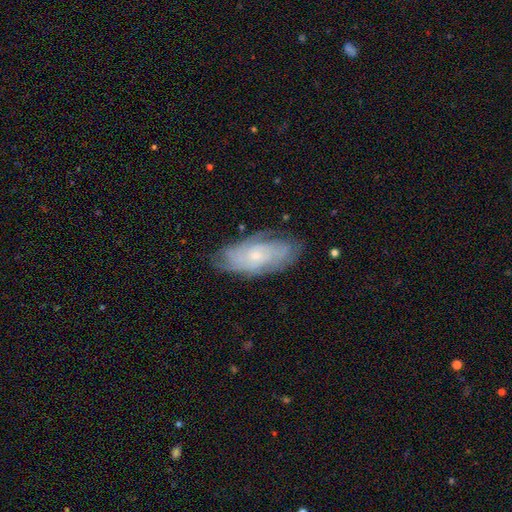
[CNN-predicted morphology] The model was most divided on "spiral winding": tight: 65%, medium: 27%, loose: 8%. More confident: edge-on disk — no (91%); spiral arms — yes (89%); bar — no (78%); bulge size — small (76%); merging — none (71%); smooth or featured — featured or disk (70%); spiral arm count — can't tell (53%).